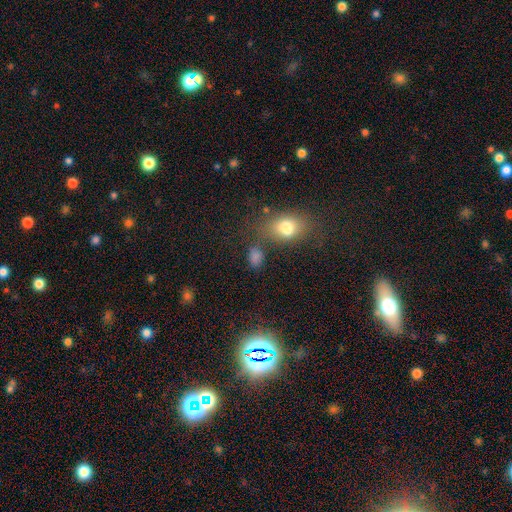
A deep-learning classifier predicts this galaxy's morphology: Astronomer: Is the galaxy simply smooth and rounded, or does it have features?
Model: smooth — 60%.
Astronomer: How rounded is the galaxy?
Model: in between — 68%.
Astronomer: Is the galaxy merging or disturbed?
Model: none — 67%.